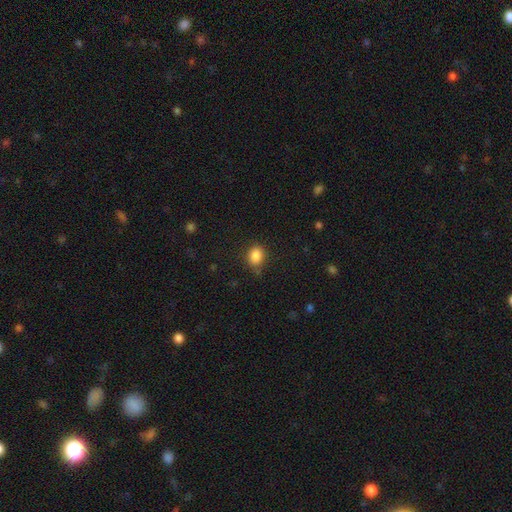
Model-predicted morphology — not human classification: Smooth or featured? Predicted: smooth (p=0.86). How rounded? Predicted: in between (p=0.55). Merging? Predicted: none (p=0.75).